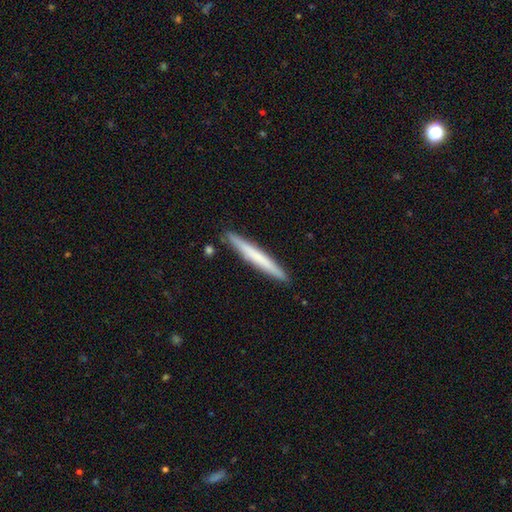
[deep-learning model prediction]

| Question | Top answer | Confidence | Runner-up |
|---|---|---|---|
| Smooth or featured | smooth | 60% | featured or disk (34%) |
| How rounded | cigar-shaped | 97% | in between (2%) |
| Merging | none | 90% | minor disturbance (7%) |